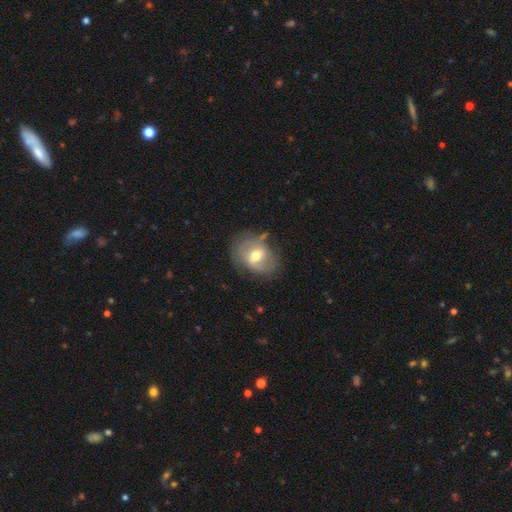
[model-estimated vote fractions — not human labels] Q: Smooth or featured?
A: featured or disk (56%); runner-up: smooth (36%)
Q: Edge-on disk?
A: no (95%); runner-up: yes (5%)
Q: Bar?
A: weak (49%); runner-up: no (29%)
Q: Spiral arms?
A: yes (60%); runner-up: no (40%)
Q: Bulge size?
A: moderate (73%); runner-up: small (18%)
Q: Merging?
A: none (67%); runner-up: minor disturbance (22%)